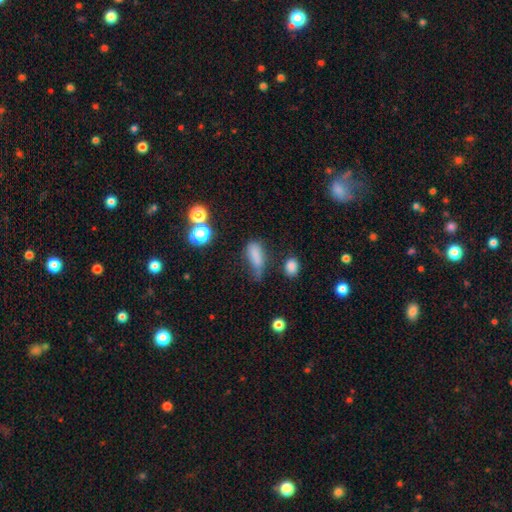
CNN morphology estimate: Smooth or featured?
  - smooth: 77% *
  - star or artifact: 13%
  - featured or disk: 11%
How rounded?
  - in between: 77% *
  - cigar-shaped: 17%
  - round: 6%
Merging?
  - none: 35% * (tied)
  - minor disturbance: 35% * (tied)
  - major disturbance: 23%
  - merger: 8%